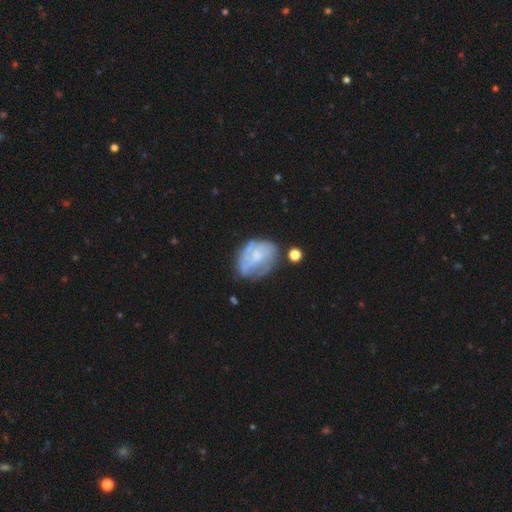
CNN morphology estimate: The model was most divided on "bulge size": small: 34%, none: 31%, moderate: 29%, large: 4%, dominant: 1%. Remaining: edge-on disk — no (97%); bar — no (67%); smooth or featured — featured or disk (57%); spiral arms — no (52%); merging — none (50%).